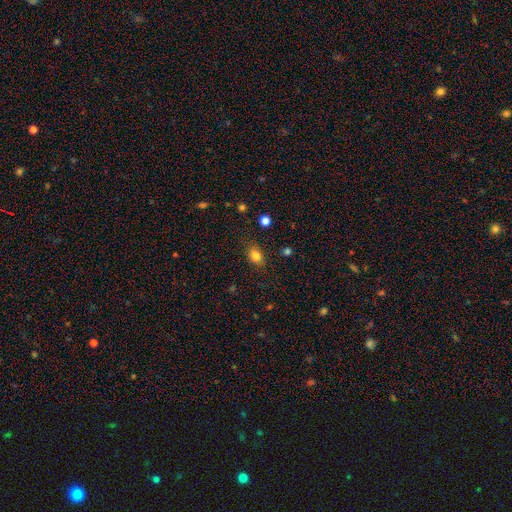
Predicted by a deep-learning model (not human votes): Q: Smooth or featured?
A: smooth (83%); runner-up: star or artifact (11%)
Q: How rounded?
A: in between (70%); runner-up: round (28%)
Q: Merging?
A: none (81%); runner-up: minor disturbance (13%)